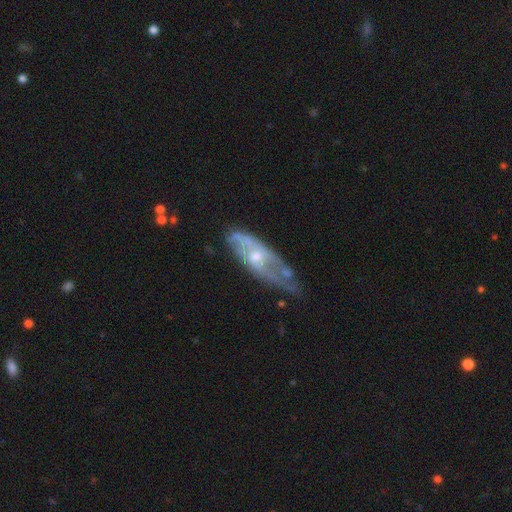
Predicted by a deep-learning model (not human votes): Smooth or featured?
  - featured or disk: 73% *
  - smooth: 21%
  - star or artifact: 6%
Edge-on disk?
  - no: 79% *
  - yes: 21%
Bar?
  - no: 70% *
  - weak: 25%
  - strong: 5%
Spiral arms?
  - yes: 72% *
  - no: 28%
Bulge size?
  - small: 48% *
  - moderate: 47%
  - none: 2%
  - large: 2%
  - dominant: 1%
Merging?
  - none: 50% *
  - minor disturbance: 30%
  - major disturbance: 16%
  - merger: 4%